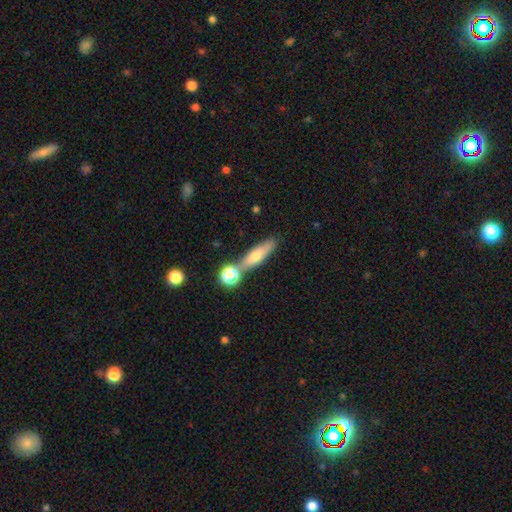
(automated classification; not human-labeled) Overall: smooth (59%; featured or disk 32%). How rounded: cigar-shaped (67%; in between 28%). Merging: none (66%).